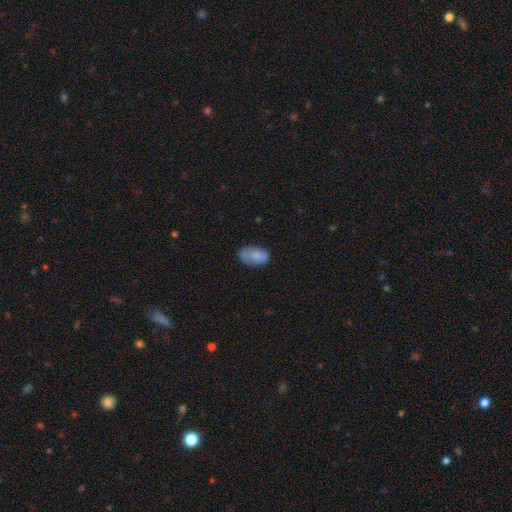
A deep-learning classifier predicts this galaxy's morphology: Smooth or featured? Predicted: smooth (p=0.82). How rounded? Predicted: in between (p=0.93). Merging? Predicted: none (p=0.61).